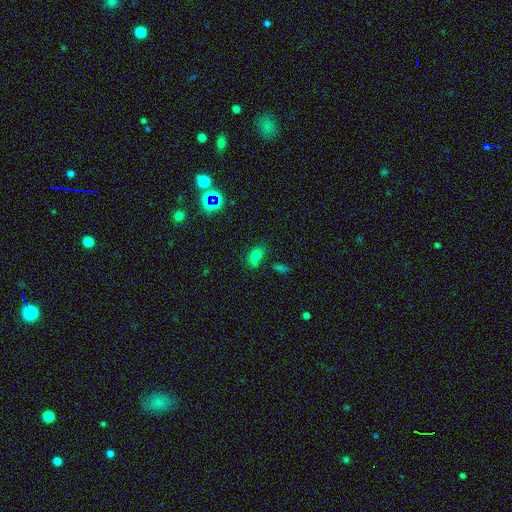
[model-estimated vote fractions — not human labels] A smooth galaxy with no disk features (71%) that is in between round and cigar-shaped (81%). Merging: none (68%).